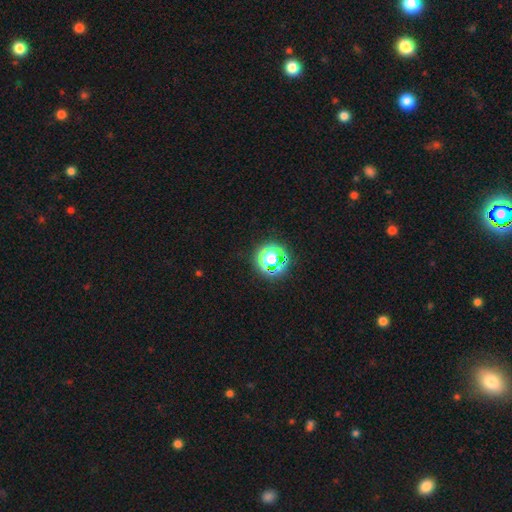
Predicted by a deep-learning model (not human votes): Overall: star or artifact (75%).